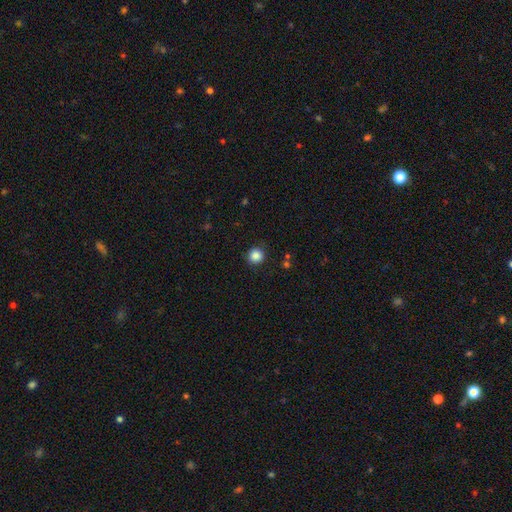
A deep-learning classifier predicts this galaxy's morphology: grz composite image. It shows a smooth galaxy with no disk features (87%) that is round (94%). Merging: none (89%).